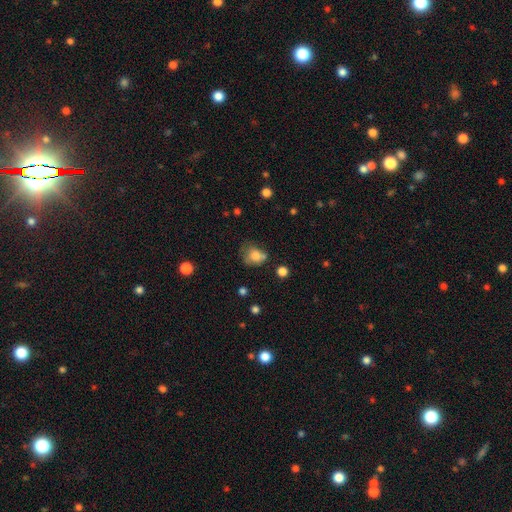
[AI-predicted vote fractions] This appears to be a smooth galaxy with no disk features (74%) that is round (58%). Merging: none (42%).